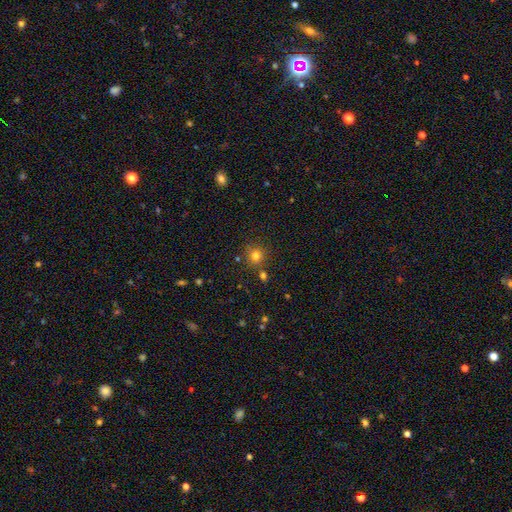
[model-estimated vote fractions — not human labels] Smooth or featured: smooth — 76% (star or artifact — 17%)
How rounded: round — 91% (in between — 8%)
Merging: none — 78% (minor disturbance — 10%)